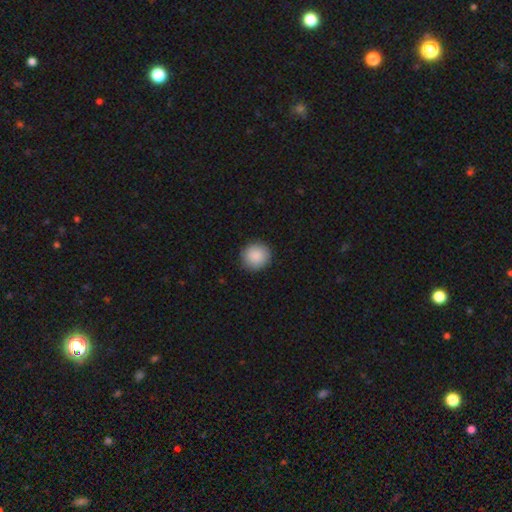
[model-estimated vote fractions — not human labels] Q: Smooth or featured?
A: smooth (89%); runner-up: star or artifact (7%)
Q: How rounded?
A: round (91%); runner-up: in between (8%)
Q: Merging?
A: none (89%); runner-up: minor disturbance (8%)